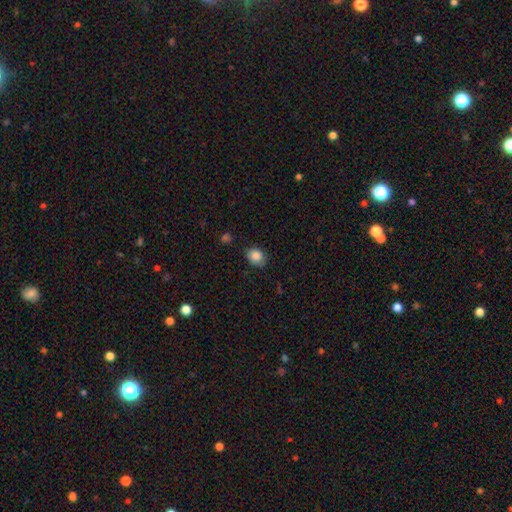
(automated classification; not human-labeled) Smooth or featured? Predicted: smooth (p=0.86). How rounded? Predicted: in between (p=0.57). Merging? Predicted: none (p=0.81).